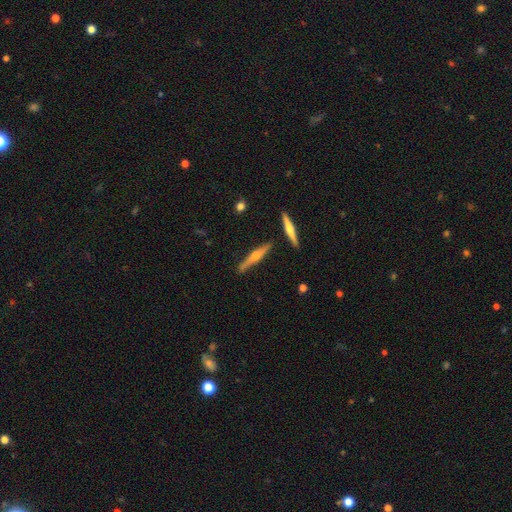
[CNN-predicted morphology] smooth_or_featured: featured or disk (p=0.73) [alt: smooth p=0.21]
disk_edge_on: yes (p=0.97) [alt: no p=0.03]
edge_on_bulge: rounded (p=0.92) [alt: none p=0.05]
merging: none (p=0.85) [alt: minor disturbance p=0.09]